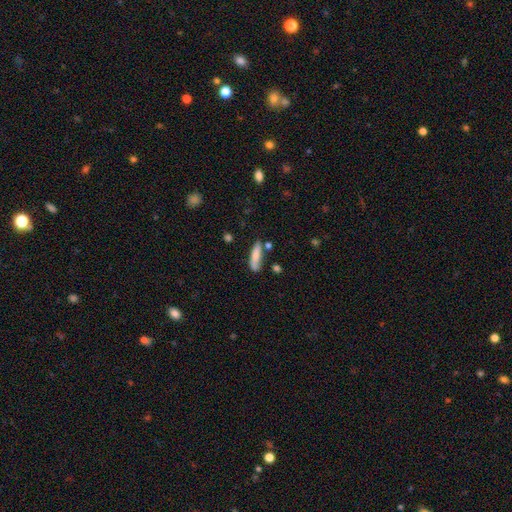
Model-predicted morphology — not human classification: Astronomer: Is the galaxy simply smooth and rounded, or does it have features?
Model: smooth — 77%.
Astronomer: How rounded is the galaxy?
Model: cigar-shaped — 65%.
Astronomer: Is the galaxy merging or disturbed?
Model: none — 60%.